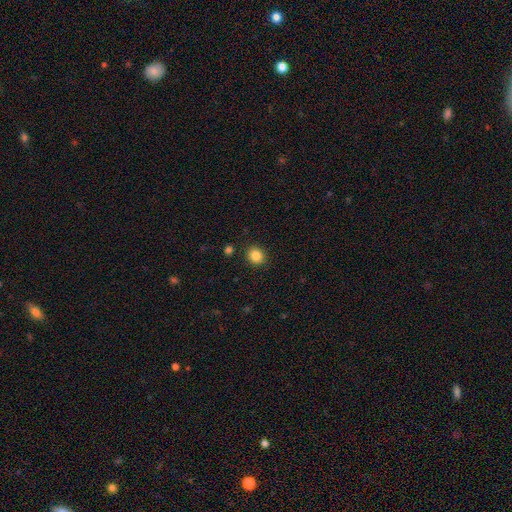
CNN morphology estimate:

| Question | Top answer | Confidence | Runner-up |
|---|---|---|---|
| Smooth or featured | smooth | 85% | star or artifact (10%) |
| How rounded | round | 80% | in between (19%) |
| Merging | none | 89% | minor disturbance (7%) |